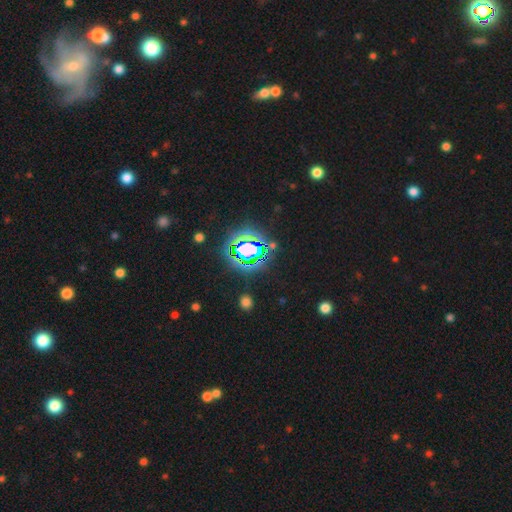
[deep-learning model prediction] This appears to be a star or artifact, not a galaxy (75%).